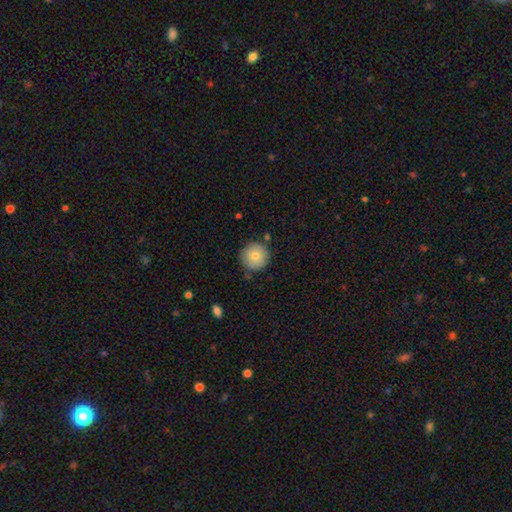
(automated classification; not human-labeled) Morphology: type=smooth (81%); roundness=round (96%); merging=none (83%).